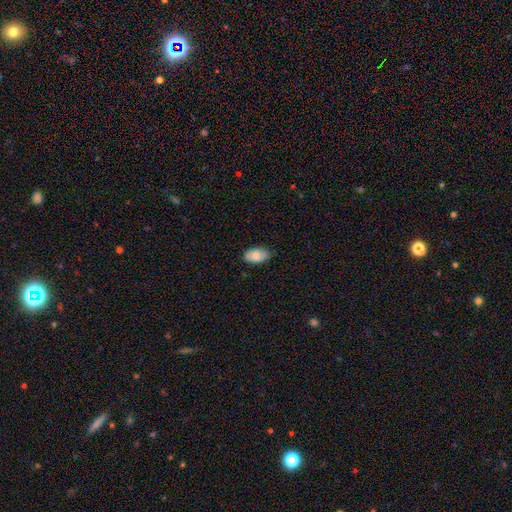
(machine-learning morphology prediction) type=smooth (81%); roundness=in between (94%); merging=none (83%).